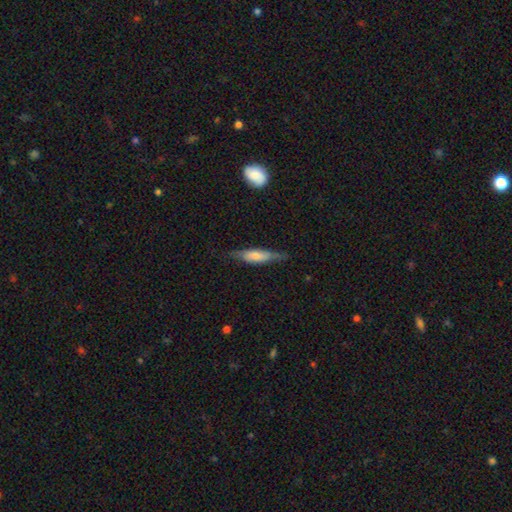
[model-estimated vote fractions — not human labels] Smooth or featured: smooth — 49% (featured or disk — 44%)
Merging: none — 69% (minor disturbance — 23%)